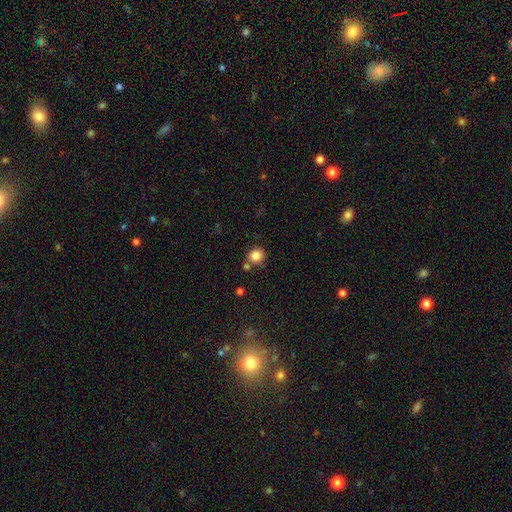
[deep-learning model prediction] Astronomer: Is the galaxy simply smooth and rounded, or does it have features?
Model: smooth — 84%.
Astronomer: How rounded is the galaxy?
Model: round — 79%.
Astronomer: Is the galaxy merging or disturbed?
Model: none — 67%.